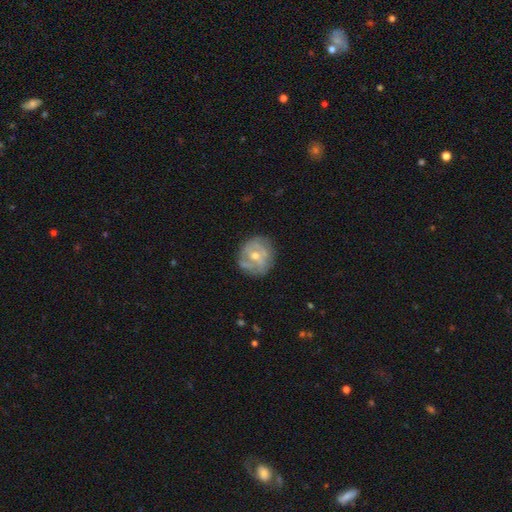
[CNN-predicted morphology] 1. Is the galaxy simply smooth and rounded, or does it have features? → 66% featured or disk, 26% smooth, 8% star or artifact.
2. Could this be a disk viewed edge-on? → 97% no, 3% yes.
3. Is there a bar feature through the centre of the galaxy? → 60% no, 32% weak, 8% strong.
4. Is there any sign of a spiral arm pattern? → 67% yes, 33% no.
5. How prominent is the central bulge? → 54% moderate, 42% small, 2% large, 1% none, 1% dominant.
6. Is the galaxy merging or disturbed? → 72% none, 19% minor disturbance, 7% major disturbance, 3% merger.